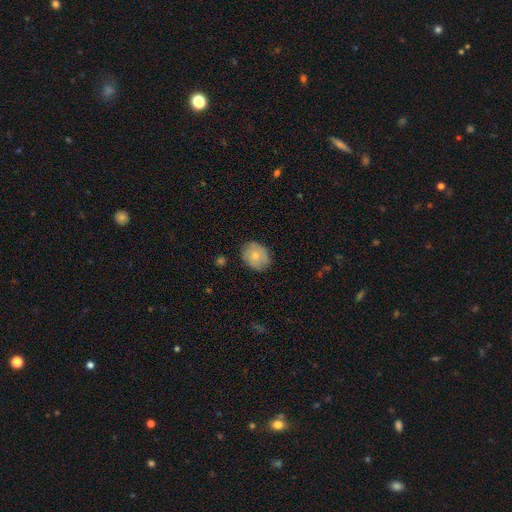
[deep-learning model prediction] Smooth or featured: smooth — 72% (featured or disk — 20%)
How rounded: round — 58% (in between — 41%)
Merging: none — 79% (minor disturbance — 17%)